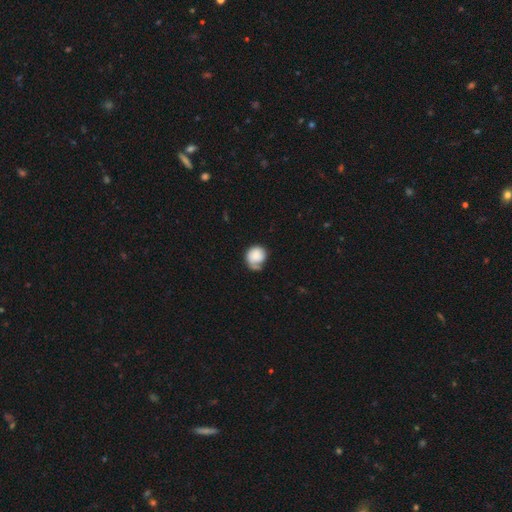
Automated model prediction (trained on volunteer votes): Morphology: type=smooth (74%); roundness=round (78%); merging=none (43%).